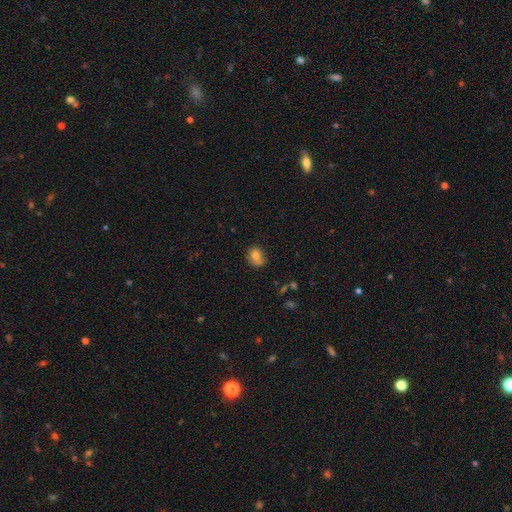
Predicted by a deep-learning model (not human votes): Smooth or featured: smooth — 77% (featured or disk — 12%)
How rounded: round — 59% (in between — 40%)
Merging: none — 61% (minor disturbance — 24%)